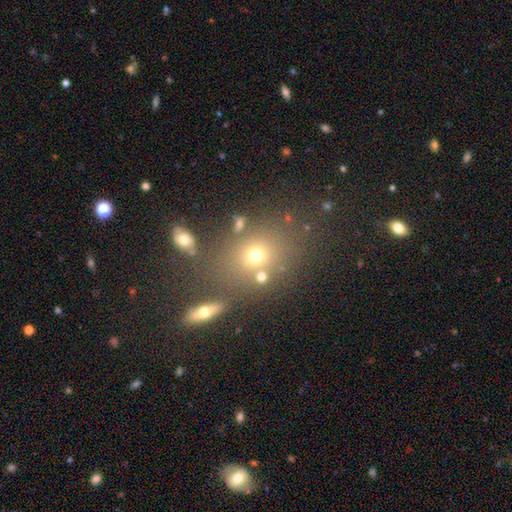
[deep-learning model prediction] Smooth or featured?
  - smooth: 65% *
  - star or artifact: 19%
  - featured or disk: 16%
How rounded?
  - round: 57% *
  - in between: 41%
  - cigar-shaped: 2%
Merging?
  - none: 67% *
  - merger: 15%
  - minor disturbance: 12%
  - major disturbance: 6%